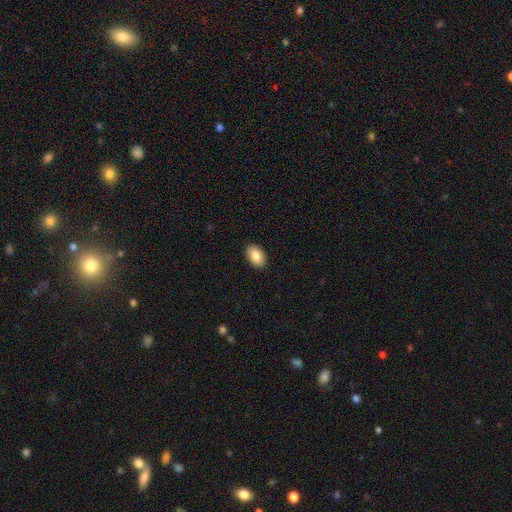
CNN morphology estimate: smooth-or-featured: smooth: 87% | star or artifact: 7% | featured or disk: 7%
  how-rounded: in between: 92% | round: 7% | cigar-shaped: 1%
  merging: none: 90% | minor disturbance: 7% | major disturbance: 2% | merger: 1%